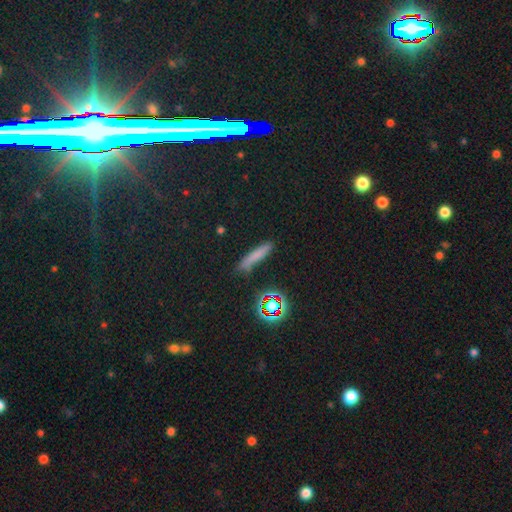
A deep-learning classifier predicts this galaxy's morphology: A smooth galaxy with no disk features (64%) that is cigar-shaped (87%). Merging: none (78%).